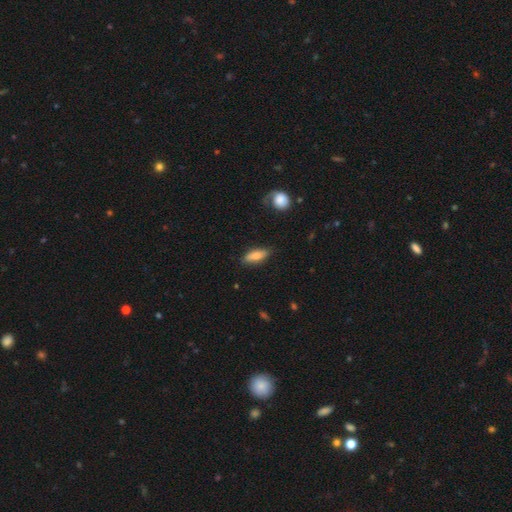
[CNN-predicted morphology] The model was most divided on "how rounded": in between: 65%, cigar-shaped: 32%, round: 3%. More confident: merging — none (77%); smooth or featured — smooth (74%).